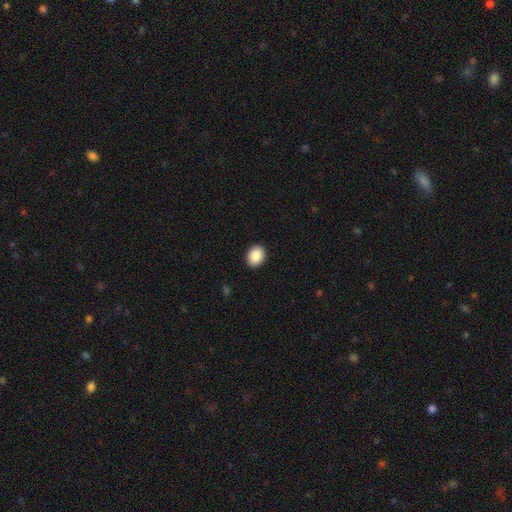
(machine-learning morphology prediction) type=smooth (89%); roundness=in between (53%); merging=none (92%).